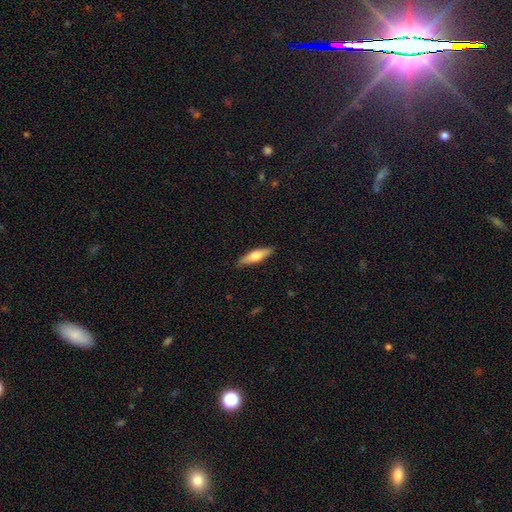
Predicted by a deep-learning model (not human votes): This is possibly a smooth galaxy (58%). How rounded: likely cigar-shaped (65%). Merging: clearly none (88%).